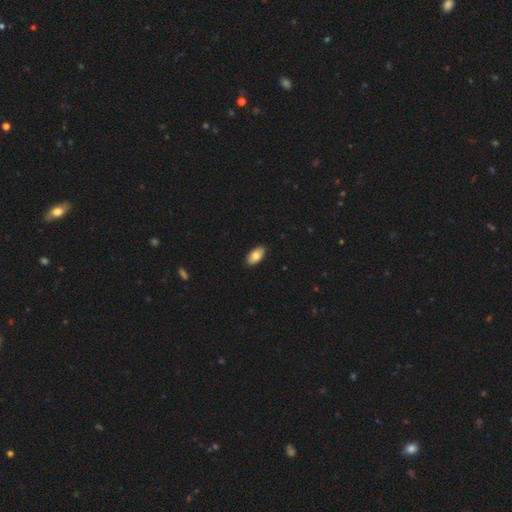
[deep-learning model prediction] Q: Smooth or featured?
A: smooth (79%); runner-up: featured or disk (14%)
Q: How rounded?
A: in between (94%); runner-up: cigar-shaped (3%)
Q: Merging?
A: none (89%); runner-up: minor disturbance (9%)